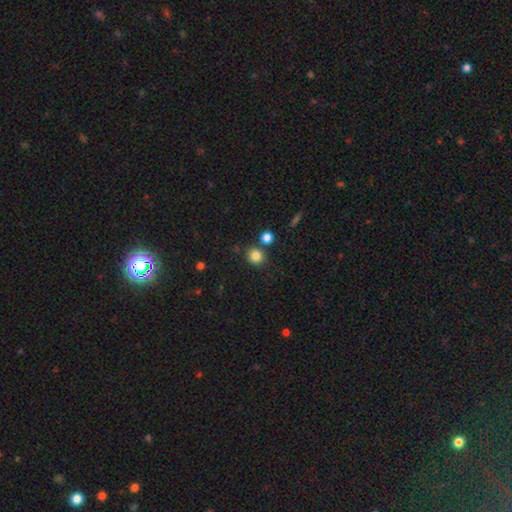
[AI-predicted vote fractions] Overall: smooth (84%). How rounded: round (87%). Merging: none (78%).